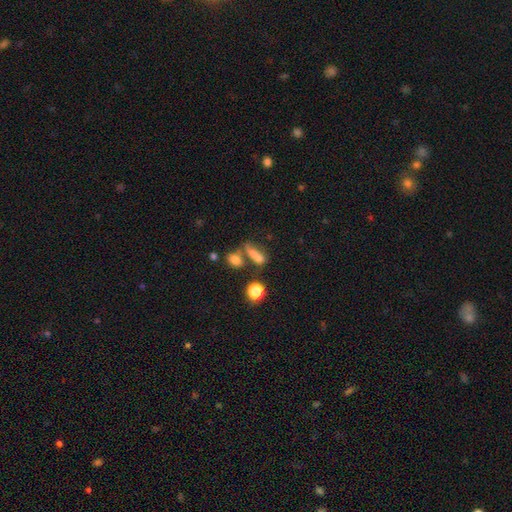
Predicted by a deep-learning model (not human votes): Smooth or featured: smooth — 66% (star or artifact — 17%)
How rounded: in between — 54% (cigar-shaped — 30%)
Merging: none — 41% (merger — 35%)